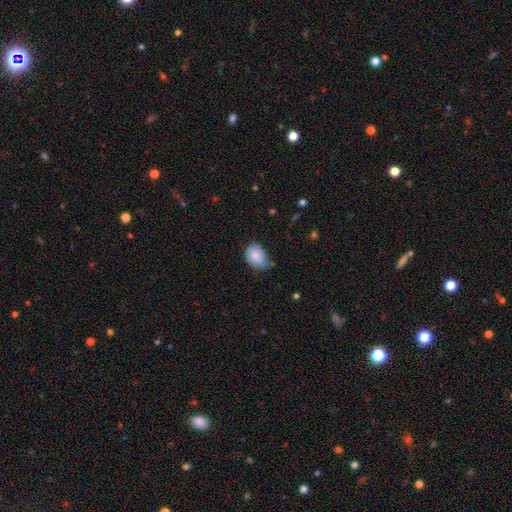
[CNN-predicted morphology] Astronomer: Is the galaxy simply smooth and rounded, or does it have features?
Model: smooth — 85%.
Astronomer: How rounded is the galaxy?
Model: in between — 70%.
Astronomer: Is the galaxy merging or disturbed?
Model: none — 57% (runner-up: minor disturbance, 34%).